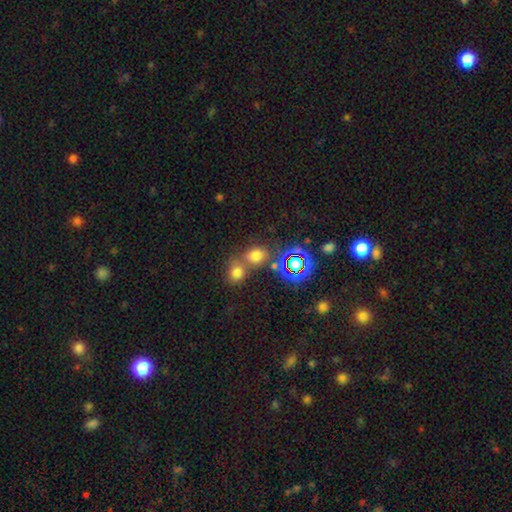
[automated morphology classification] smooth_or_featured: smooth (p=0.65) [alt: star or artifact p=0.27]
how_rounded: round (p=0.54) [alt: in between p=0.45]
merging: none (p=0.47) [alt: merger p=0.39]